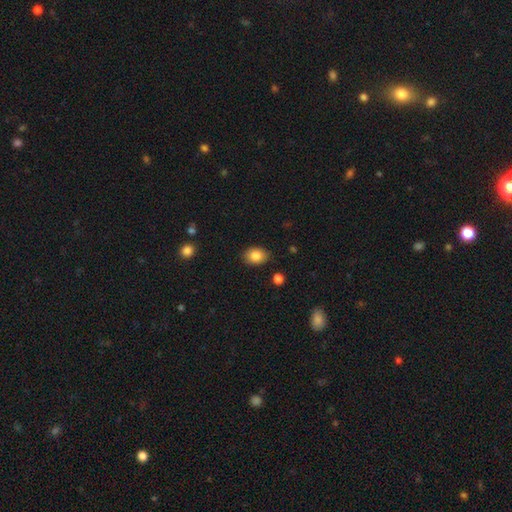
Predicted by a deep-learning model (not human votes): Morphology: type=smooth (85%); roundness=in between (66%); merging=none (86%).